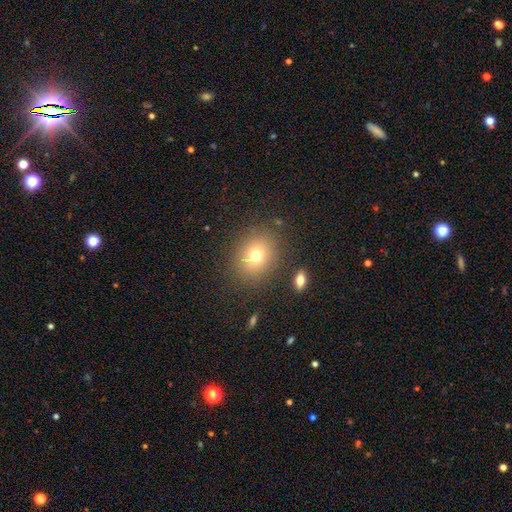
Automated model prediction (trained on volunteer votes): Smooth or featured?
  - smooth: 73% *
  - star or artifact: 15%
  - featured or disk: 12%
How rounded?
  - round: 66% *
  - in between: 33%
  - cigar-shaped: 1%
Merging?
  - none: 84% *
  - minor disturbance: 9%
  - major disturbance: 4%
  - merger: 3%